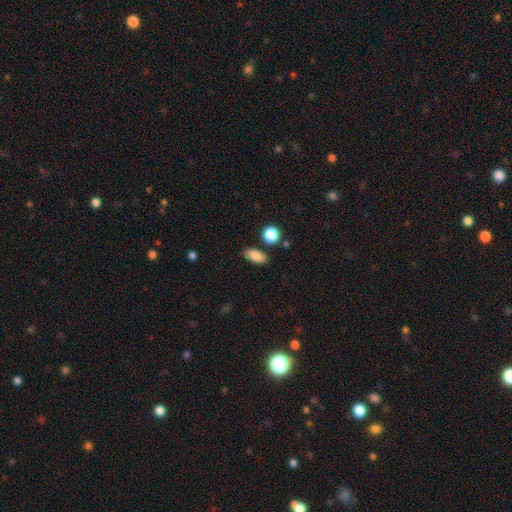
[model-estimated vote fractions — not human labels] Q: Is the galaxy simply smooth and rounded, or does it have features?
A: smooth — 86%.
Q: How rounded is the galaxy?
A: in between — 87%.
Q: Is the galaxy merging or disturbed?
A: none — 84%.